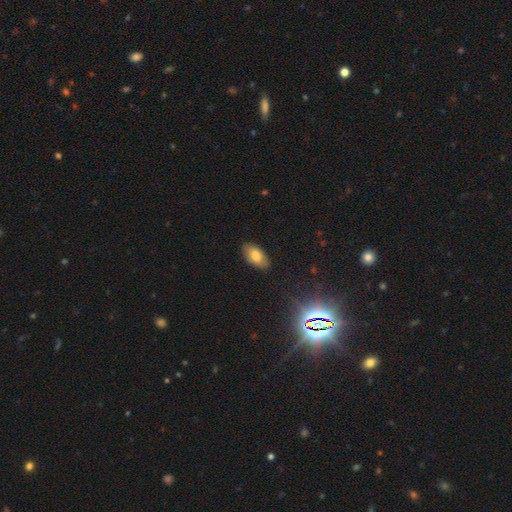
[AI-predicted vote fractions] Q: Smooth or featured?
A: smooth (75%); runner-up: featured or disk (16%)
Q: How rounded?
A: in between (93%); runner-up: cigar-shaped (3%)
Q: Merging?
A: none (84%); runner-up: minor disturbance (13%)